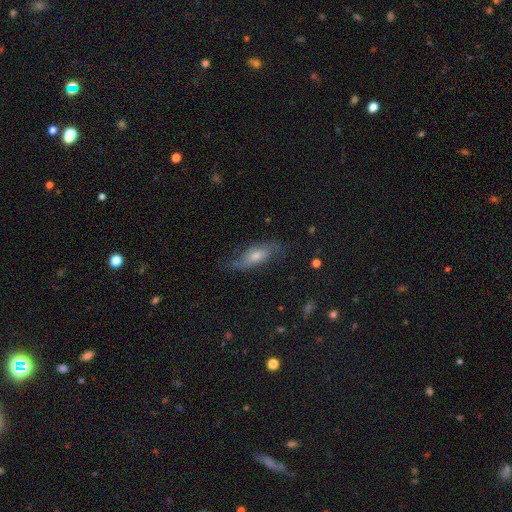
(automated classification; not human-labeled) Smooth or featured? featured or disk (57%)
Edge-on disk? no (78%)
Merging? none (66%)